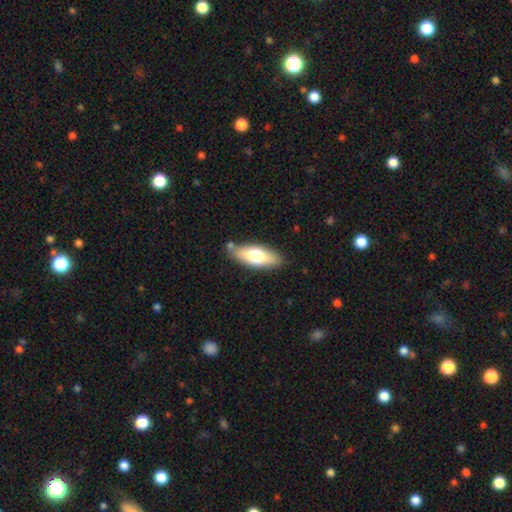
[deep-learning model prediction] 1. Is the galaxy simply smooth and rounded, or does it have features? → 67% smooth, 27% featured or disk, 6% star or artifact.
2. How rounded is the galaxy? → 74% in between, 23% cigar-shaped, 2% round.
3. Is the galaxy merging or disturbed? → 78% none, 14% minor disturbance, 5% merger, 3% major disturbance.